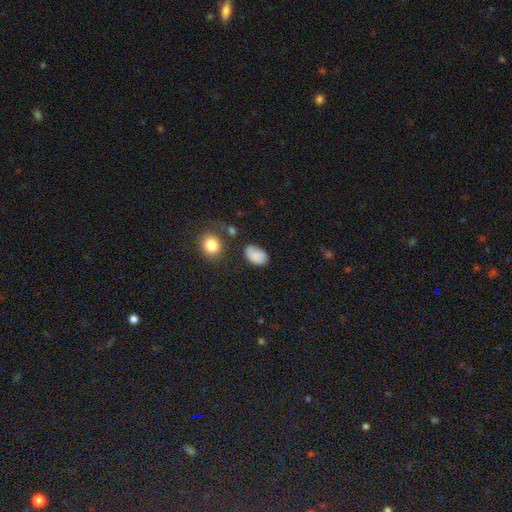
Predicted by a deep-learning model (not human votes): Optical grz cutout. It shows a smooth galaxy with no disk features (80%) that is in between round and cigar-shaped (88%). Merging: none (59%).